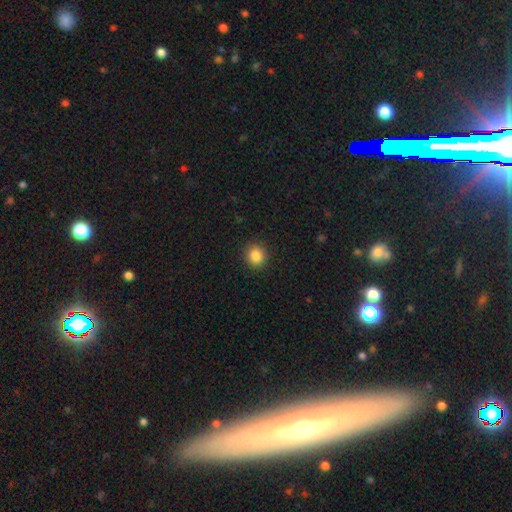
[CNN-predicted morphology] Q: Smooth or featured?
A: smooth (86%); runner-up: star or artifact (10%)
Q: How rounded?
A: round (88%); runner-up: in between (11%)
Q: Merging?
A: none (92%); runner-up: minor disturbance (5%)